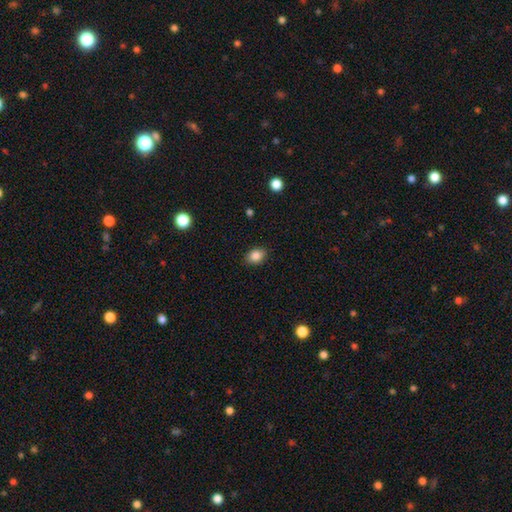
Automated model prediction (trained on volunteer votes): A smooth galaxy with no disk features (85%) that is in between round and cigar-shaped (72%).

Vote fractions:
- Smooth or featured? smooth: 85% / star or artifact: 9% / featured or disk: 5%
- How rounded? in between: 72% / round: 27% / cigar-shaped: 1%
- Merging? none: 87% / minor disturbance: 9% / major disturbance: 2% / merger: 1%